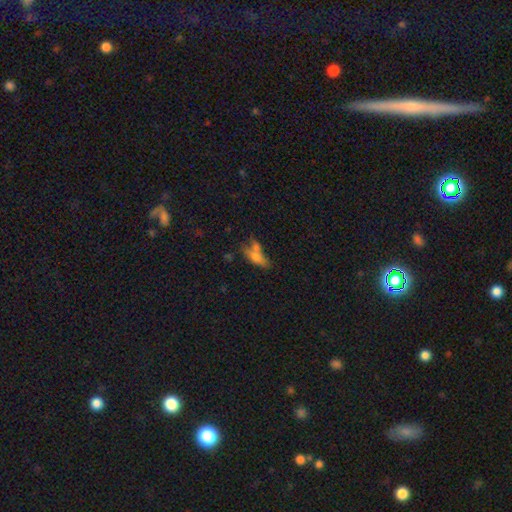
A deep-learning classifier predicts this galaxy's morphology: type=smooth (66%); roundness=in between (63%); merging=merger (38%).